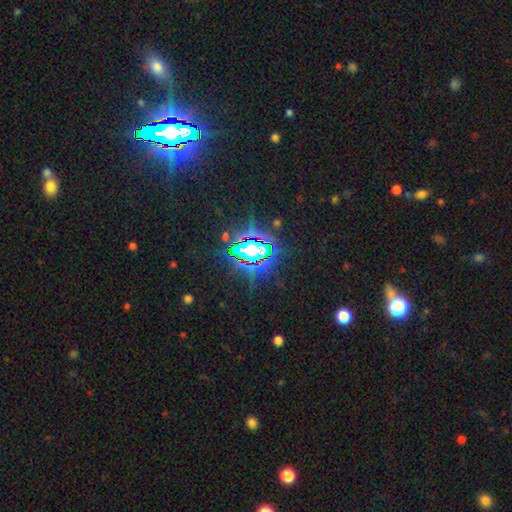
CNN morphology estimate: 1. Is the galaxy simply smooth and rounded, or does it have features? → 85% star or artifact, 9% smooth, 7% featured or disk.